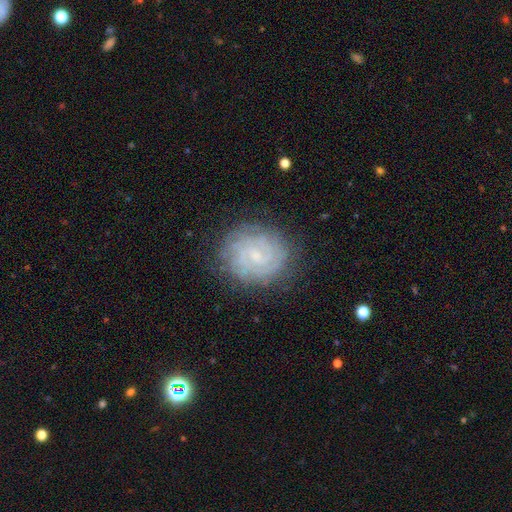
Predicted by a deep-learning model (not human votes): smooth_or_featured: featured or disk (p=0.76) [alt: smooth p=0.15]
disk_edge_on: no (p=0.98) [alt: yes p=0.02]
bar: weak (p=0.46) [alt: no p=0.44]
has_spiral_arms: yes (p=0.94) [alt: no p=0.06]
spiral_winding: tight (p=0.79) [alt: medium p=0.17]
spiral_arm_count: can't tell (p=0.40) [alt: 2 p=0.21]
bulge_size: small (p=0.67) [alt: moderate p=0.16]
merging: none (p=0.81) [alt: minor disturbance p=0.13]